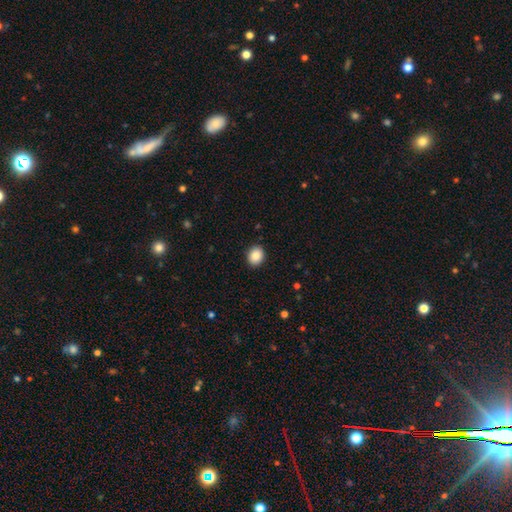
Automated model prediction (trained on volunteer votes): Smooth or featured?
  - smooth: 88% *
  - star or artifact: 8%
  - featured or disk: 3%
How rounded?
  - round: 54% *
  - in between: 45%
  - cigar-shaped: 1%
Merging?
  - none: 91% *
  - minor disturbance: 7%
  - major disturbance: 2%
  - merger: 1%